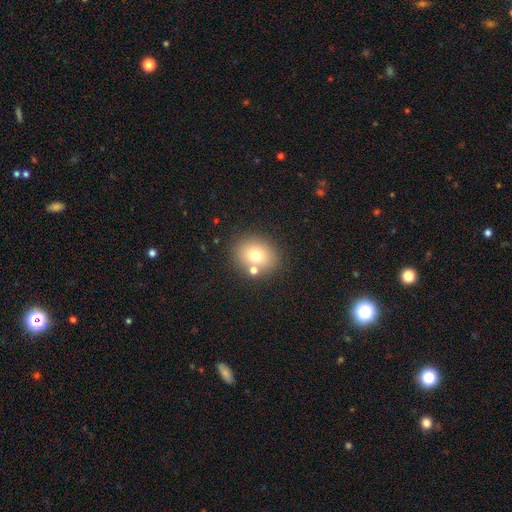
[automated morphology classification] smooth-or-featured: smooth: 72% | featured or disk: 14% | star or artifact: 13%
  how-rounded: round: 64% | in between: 35% | cigar-shaped: 1%
  merging: none: 75% | merger: 12% | minor disturbance: 10% | major disturbance: 3%